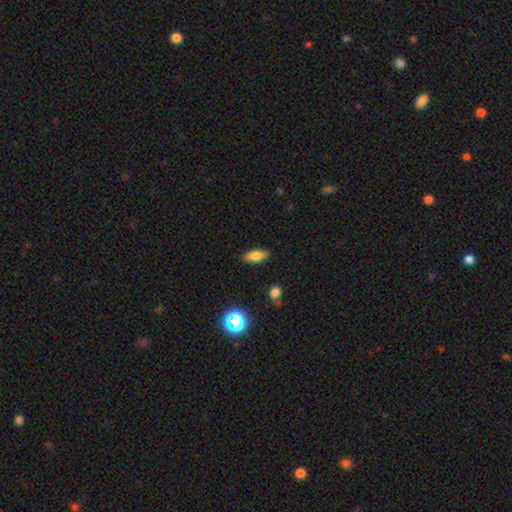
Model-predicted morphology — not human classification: The model was most divided on "how rounded": in between: 74%, cigar-shaped: 22%, round: 4%. More confident: merging — none (87%); smooth or featured — smooth (72%).